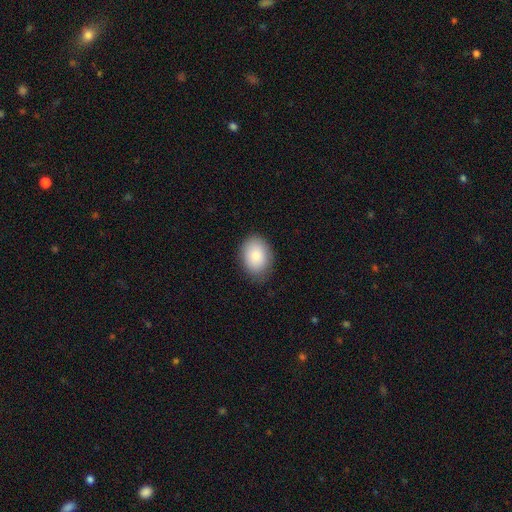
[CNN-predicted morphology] type=smooth (86%); roundness=in between (72%); merging=none (82%).